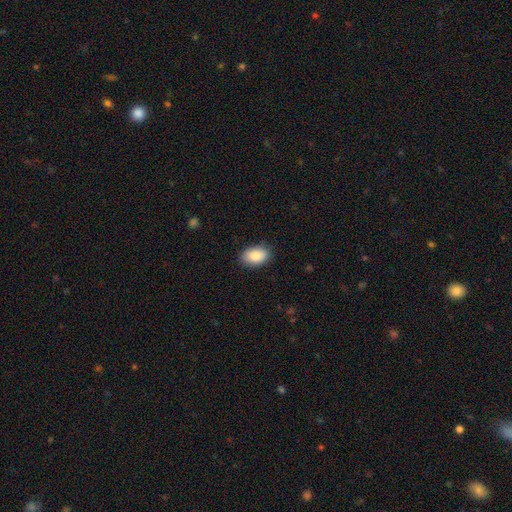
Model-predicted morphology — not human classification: The model was most divided on "merging": none: 86%, minor disturbance: 11%, major disturbance: 2%, merger: 1%. More confident: how rounded — in between (90%); smooth or featured — smooth (87%).